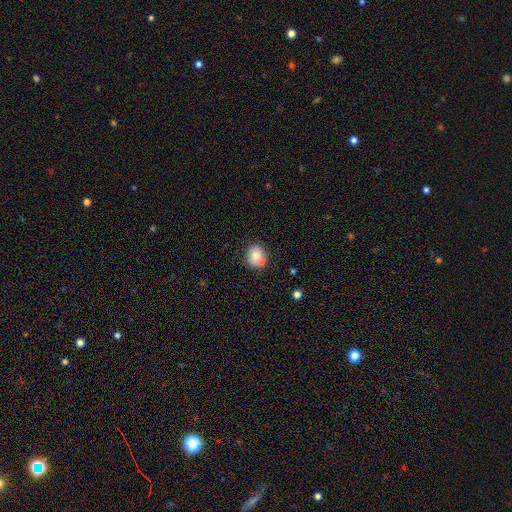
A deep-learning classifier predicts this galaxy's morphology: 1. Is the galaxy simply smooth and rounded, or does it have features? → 73% smooth, 18% featured or disk, 9% star or artifact.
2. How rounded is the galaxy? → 67% round, 33% in between, 1% cigar-shaped.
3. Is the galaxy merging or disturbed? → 61% none, 22% merger, 14% minor disturbance, 3% major disturbance.